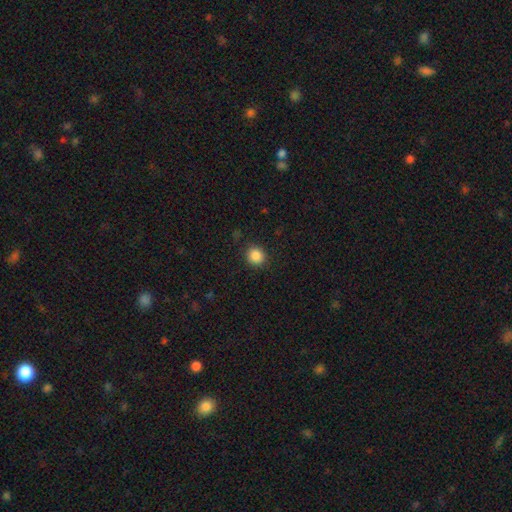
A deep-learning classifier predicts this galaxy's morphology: Smooth or featured? Predicted: smooth (p=0.87). How rounded? Predicted: round (p=0.88). Merging? Predicted: none (p=0.89).